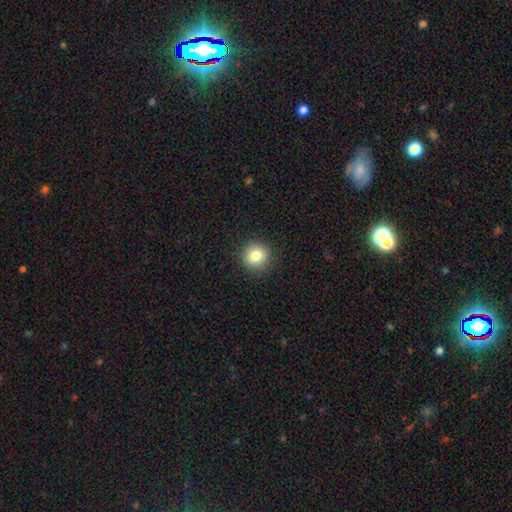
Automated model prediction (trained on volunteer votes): This is clearly a smooth galaxy (82%). How rounded: clearly round (93%). Merging: clearly none (91%).